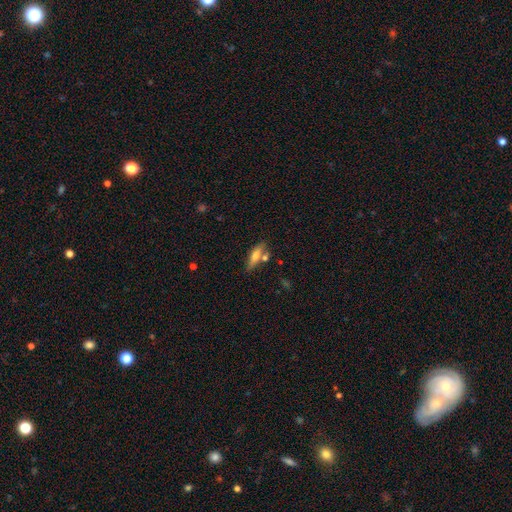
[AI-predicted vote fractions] Morphology: type=smooth (59%); roundness=cigar-shaped (52%); merging=none (67%).